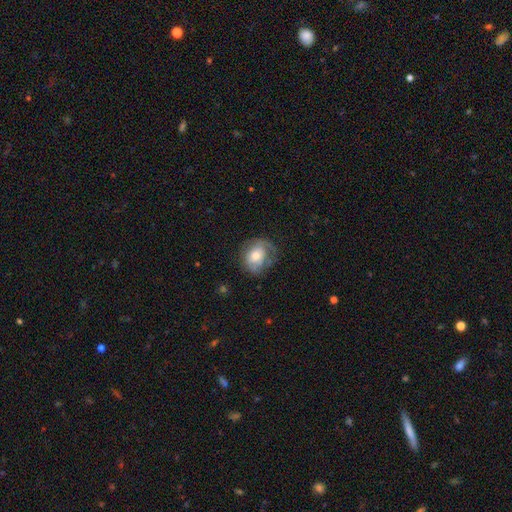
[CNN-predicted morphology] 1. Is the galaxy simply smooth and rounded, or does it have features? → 46% smooth (tied), 46% featured or disk (tied), 8% star or artifact.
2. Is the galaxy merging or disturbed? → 53% none, 26% minor disturbance, 19% major disturbance, 2% merger.